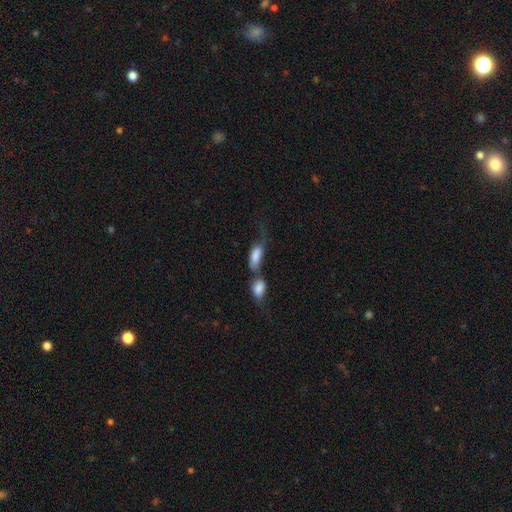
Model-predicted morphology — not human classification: Smooth or featured: smooth — 75% (featured or disk — 17%)
How rounded: in between — 84% (cigar-shaped — 11%)
Merging: merger — 66% (none — 13%)